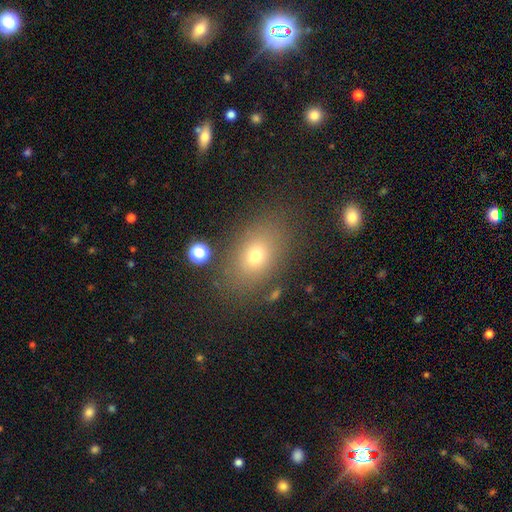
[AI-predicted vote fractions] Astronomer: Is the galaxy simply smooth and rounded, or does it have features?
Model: smooth — 70%.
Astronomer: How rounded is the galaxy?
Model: in between — 76%.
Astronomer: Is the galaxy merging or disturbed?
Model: none — 80%.